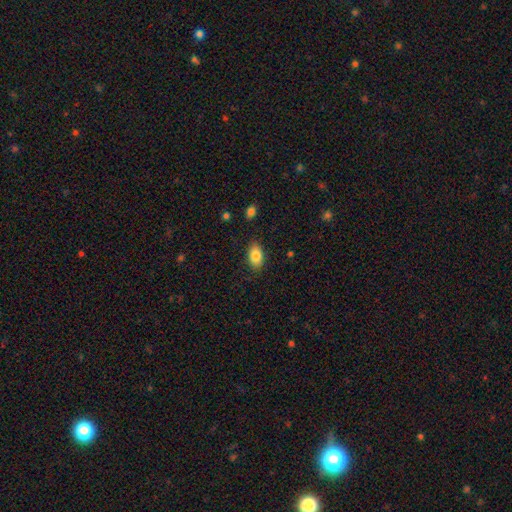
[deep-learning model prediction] Morphology: type=smooth (85%); roundness=in between (90%); merging=none (84%).